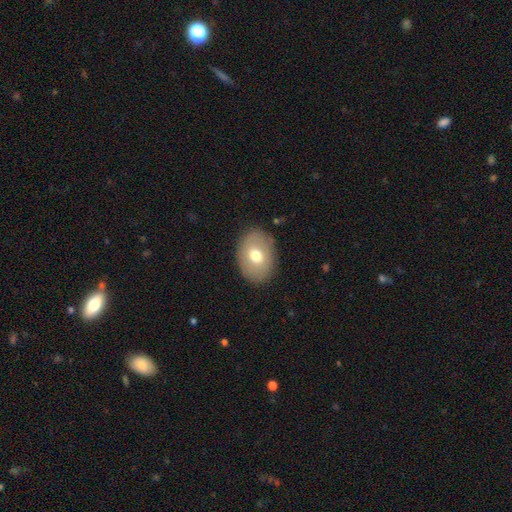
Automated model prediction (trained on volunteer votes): This is likely a smooth galaxy (69%). How rounded: likely in between (74%). Merging: clearly none (85%).